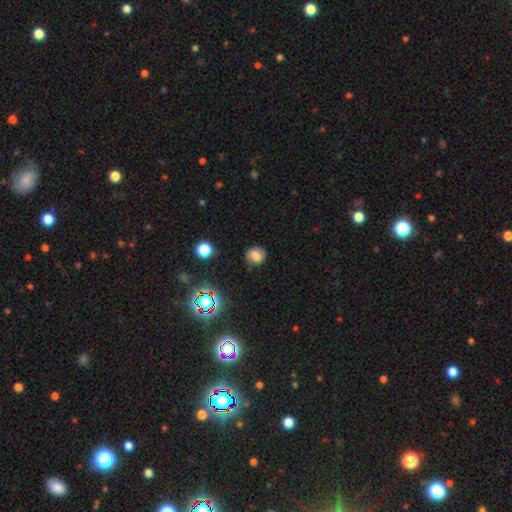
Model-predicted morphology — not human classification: This is likely a smooth galaxy (60%). How rounded: likely round (68%). Merging: likely none (78%).